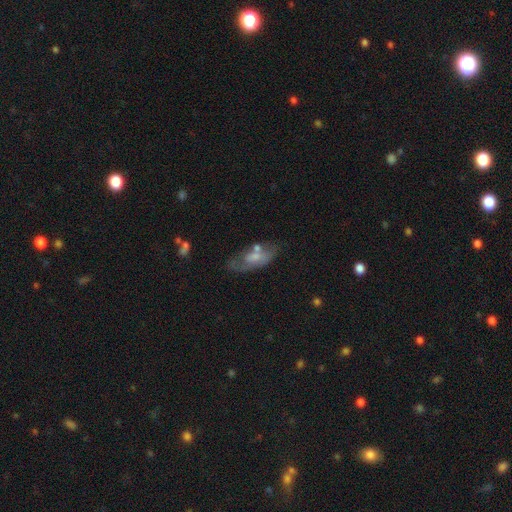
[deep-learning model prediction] This appears to be a smooth galaxy with no disk features (48%). Merging: none (43%).